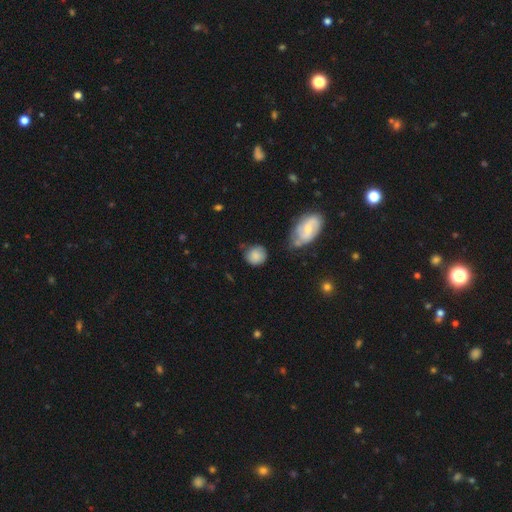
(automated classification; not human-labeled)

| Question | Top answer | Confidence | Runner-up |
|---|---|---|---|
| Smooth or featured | smooth | 77% | featured or disk (15%) |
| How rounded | round | 81% | in between (18%) |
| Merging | none | 64% | minor disturbance (23%) |